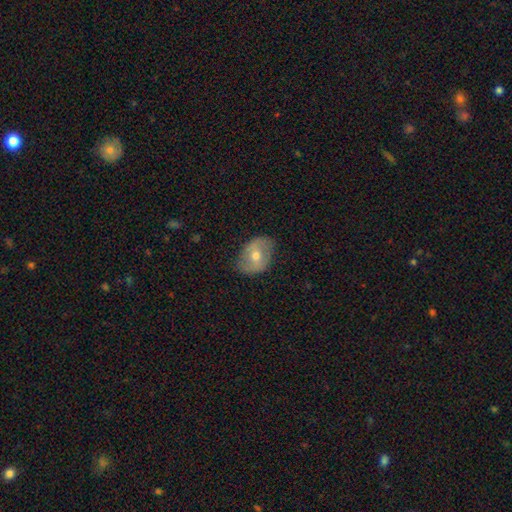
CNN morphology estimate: The model was most divided on "smooth or featured": featured or disk: 51%, smooth: 41%, star or artifact: 8%. More confident: edge-on disk — no (94%); merging — none (78%).